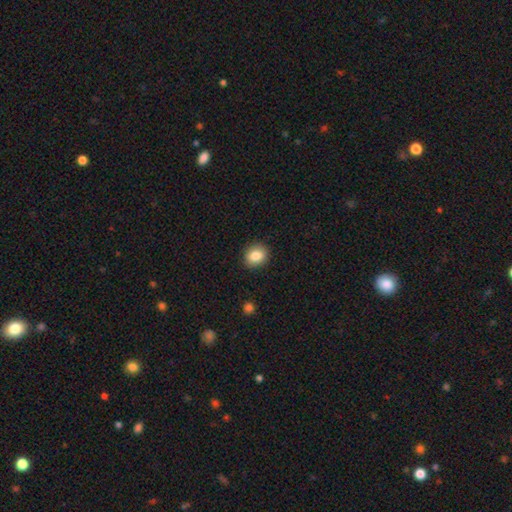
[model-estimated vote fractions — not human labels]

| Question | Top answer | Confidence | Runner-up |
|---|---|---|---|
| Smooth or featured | smooth | 84% | star or artifact (9%) |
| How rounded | round | 60% | in between (39%) |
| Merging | none | 89% | minor disturbance (8%) |